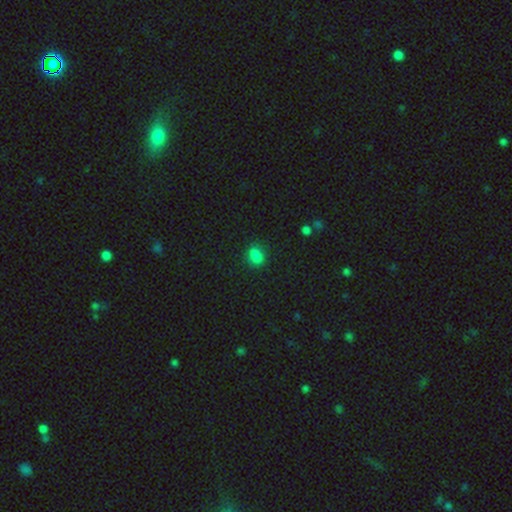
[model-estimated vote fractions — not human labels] A smooth galaxy with no disk features (81%) that is in between round and cigar-shaped (72%).

Vote fractions:
- Smooth or featured? smooth: 81% / star or artifact: 14% / featured or disk: 5%
- How rounded? in between: 72% / round: 24% / cigar-shaped: 4%
- Merging? none: 74% / minor disturbance: 18% / major disturbance: 5% / merger: 4%